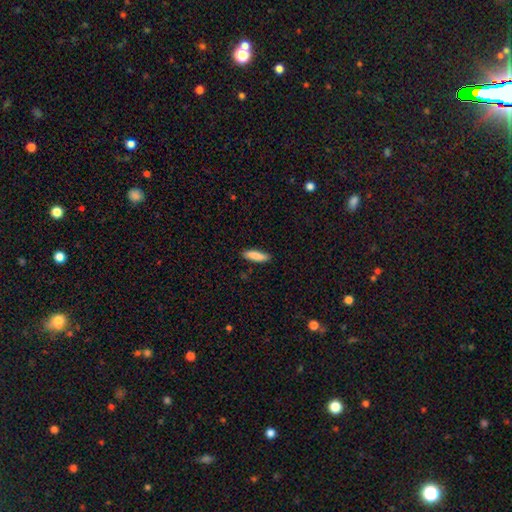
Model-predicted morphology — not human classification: smooth 86%, featured or disk 8%, star or artifact 6%. Down the decision tree: how rounded — cigar-shaped (60%); merging — none (88%).